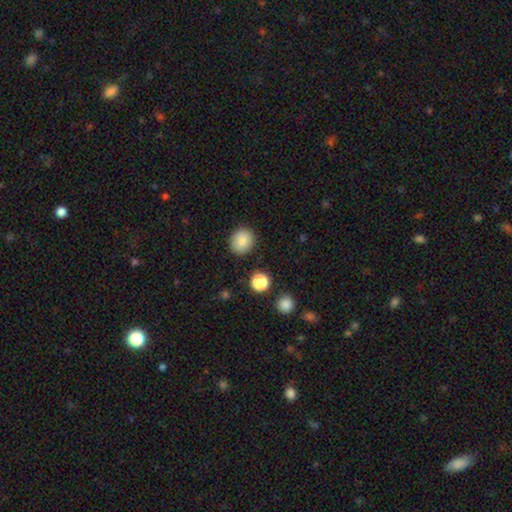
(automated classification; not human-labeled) Morphology: type=smooth (59%); roundness=round (75%); merging=none (86%).